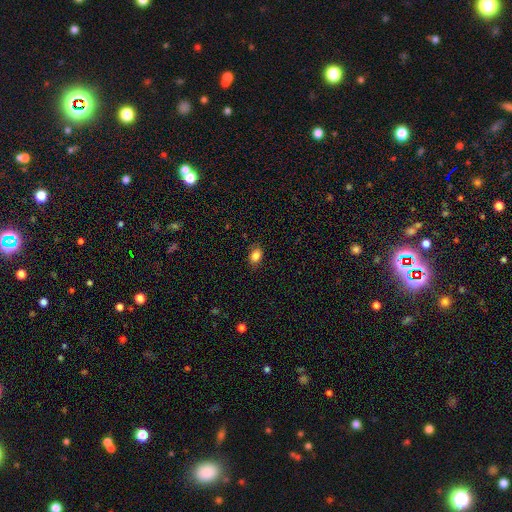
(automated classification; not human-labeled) A smooth galaxy with no disk features (85%) that is in between round and cigar-shaped (78%).

Vote fractions:
- Smooth or featured? smooth: 85% / star or artifact: 10% / featured or disk: 6%
- How rounded? in between: 78% / round: 20% / cigar-shaped: 2%
- Merging? none: 82% / minor disturbance: 14% / major disturbance: 3% / merger: 1%